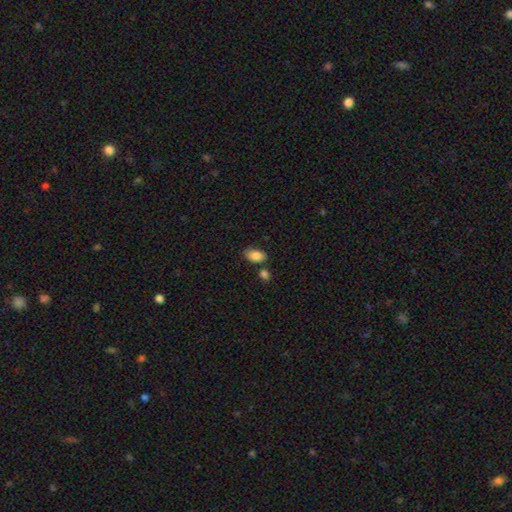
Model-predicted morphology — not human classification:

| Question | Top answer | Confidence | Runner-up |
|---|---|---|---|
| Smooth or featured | smooth | 87% | star or artifact (8%) |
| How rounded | in between | 91% | round (6%) |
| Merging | none | 67% | minor disturbance (18%) |